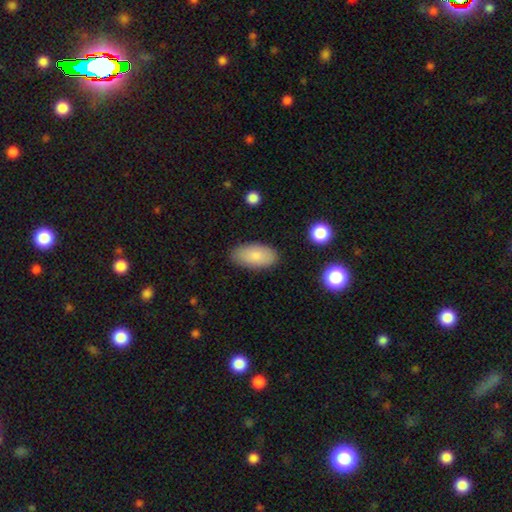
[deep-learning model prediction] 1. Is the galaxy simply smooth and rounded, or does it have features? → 84% smooth, 10% featured or disk, 6% star or artifact.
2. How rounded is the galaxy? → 94% in between, 3% cigar-shaped, 3% round.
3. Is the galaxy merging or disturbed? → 85% none, 11% minor disturbance, 3% major disturbance, 1% merger.